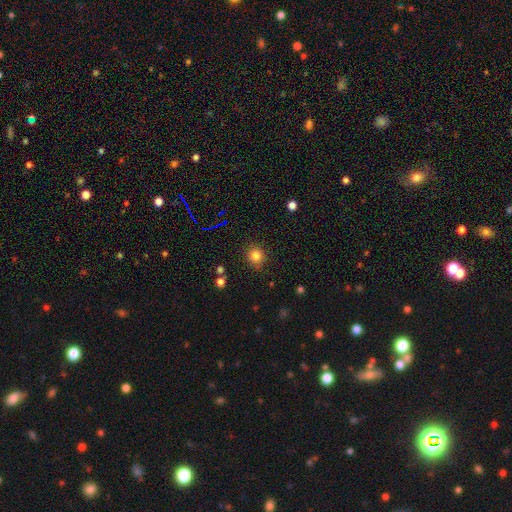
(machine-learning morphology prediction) Smooth or featured? Predicted: smooth (p=0.81). How rounded? Predicted: round (p=0.88). Merging? Predicted: none (p=0.86).